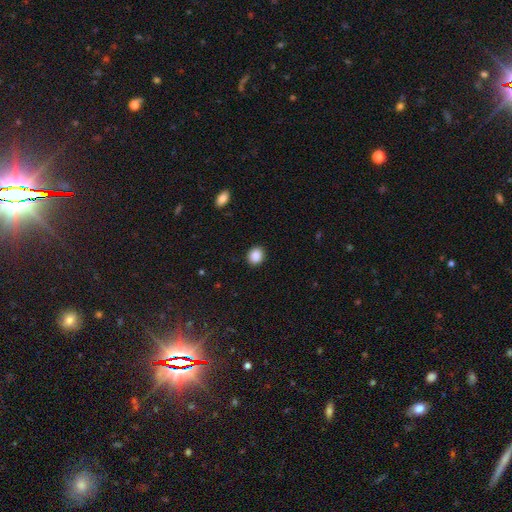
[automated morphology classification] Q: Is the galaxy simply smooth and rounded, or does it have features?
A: smooth — 88%.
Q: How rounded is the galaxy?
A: round — 71%.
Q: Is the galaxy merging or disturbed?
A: none — 90%.